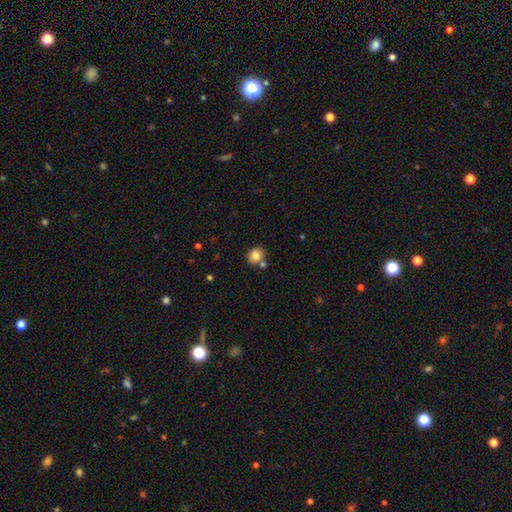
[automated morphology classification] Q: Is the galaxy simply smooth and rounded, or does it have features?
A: smooth — 83%.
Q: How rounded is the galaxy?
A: round — 82%.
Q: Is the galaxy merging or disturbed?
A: none — 70%.